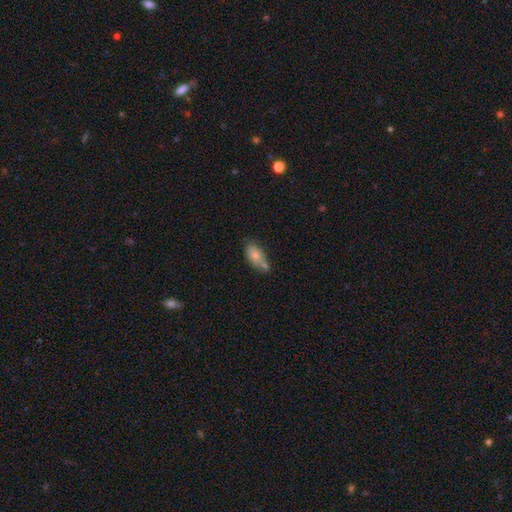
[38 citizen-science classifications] This appears to be a smooth galaxy with no disk features (87%) that is in between round and cigar-shaped (88%). Merging: none (53%).